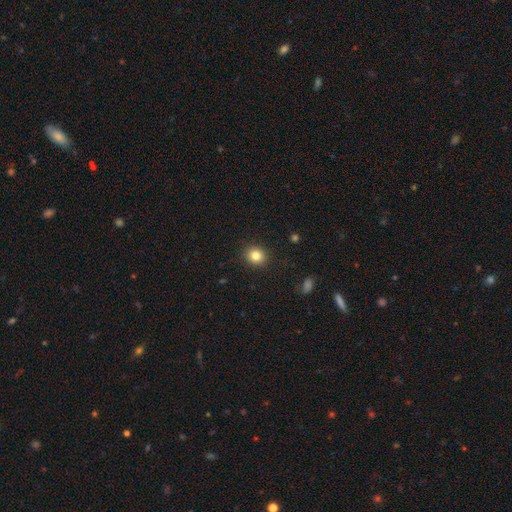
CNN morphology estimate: Smooth or featured?
  - smooth: 83% *
  - star or artifact: 11%
  - featured or disk: 7%
How rounded?
  - round: 80% *
  - in between: 20%
  - cigar-shaped: 1%
Merging?
  - none: 91% *
  - minor disturbance: 6%
  - major disturbance: 2%
  - merger: 1%